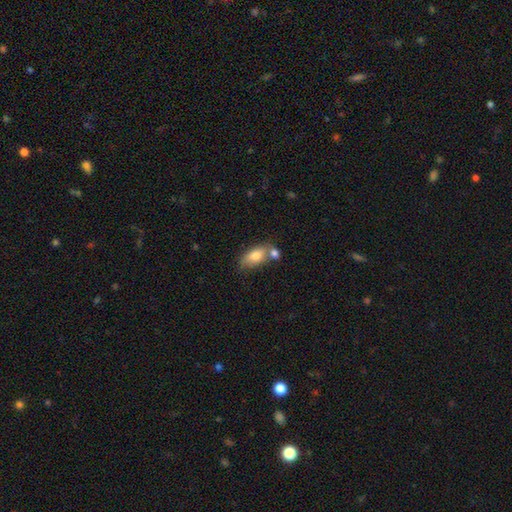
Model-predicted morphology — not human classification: A smooth galaxy with no disk features (78%) that is in between round and cigar-shaped (88%). Merging: none (50%).